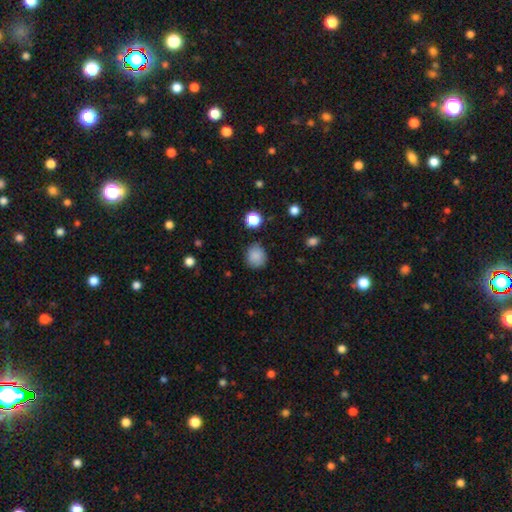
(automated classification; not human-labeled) smooth_or_featured: smooth (p=0.86) [alt: star or artifact p=0.10]
how_rounded: round (p=0.82) [alt: in between p=0.18]
merging: none (p=0.83) [alt: minor disturbance p=0.12]